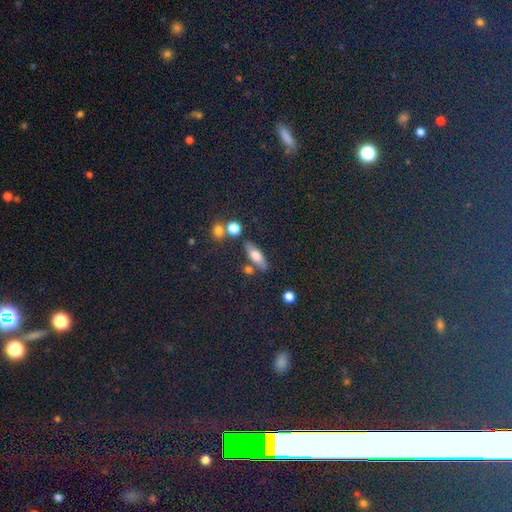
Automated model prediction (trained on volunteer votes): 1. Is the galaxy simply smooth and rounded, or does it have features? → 68% smooth, 21% featured or disk, 11% star or artifact.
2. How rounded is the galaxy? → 60% in between, 34% cigar-shaped, 6% round.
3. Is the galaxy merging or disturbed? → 76% none, 12% minor disturbance, 8% merger, 4% major disturbance.